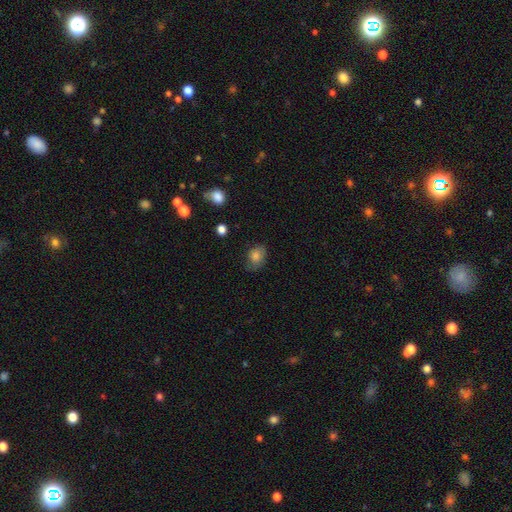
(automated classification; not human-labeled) The model was most divided on "how rounded": in between: 62%, round: 37%, cigar-shaped: 1%. More confident: smooth or featured — smooth (76%); merging — none (62%).